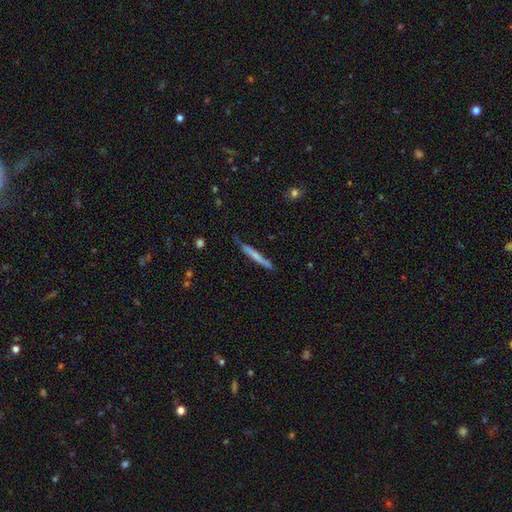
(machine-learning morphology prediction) Q: Smooth or featured?
A: smooth (58%); runner-up: featured or disk (37%)
Q: How rounded?
A: cigar-shaped (96%); runner-up: in between (2%)
Q: Merging?
A: none (77%); runner-up: minor disturbance (18%)